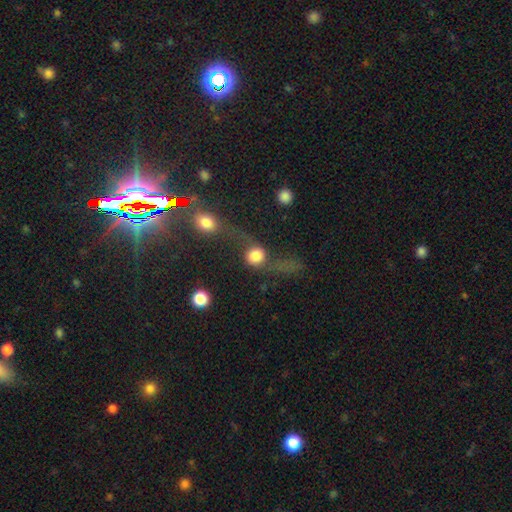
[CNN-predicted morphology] The model was most divided on "merging": merger: 34%, none: 29%, major disturbance: 24%, minor disturbance: 13%. More confident: how rounded — round (81%); smooth or featured — smooth (65%).